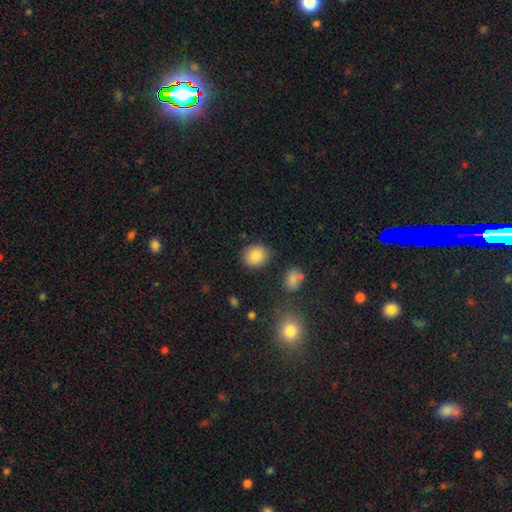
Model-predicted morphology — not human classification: Smooth or featured: smooth — 86% (star or artifact — 9%)
How rounded: round — 65% (in between — 34%)
Merging: none — 84% (minor disturbance — 10%)